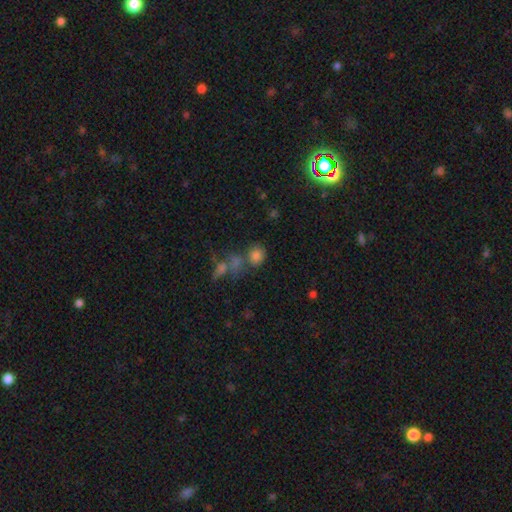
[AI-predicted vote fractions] A smooth galaxy with no disk features (75%) that is round (65%). Merging: none (50%).